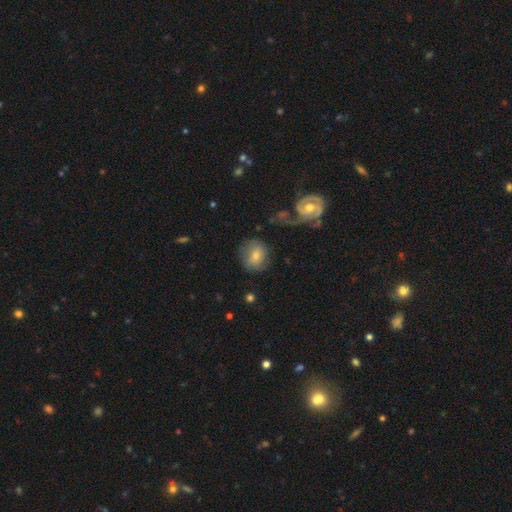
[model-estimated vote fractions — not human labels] Smooth or featured? Predicted: smooth (p=0.62). How rounded? Predicted: round (p=0.72). Merging? Predicted: none (p=0.63).